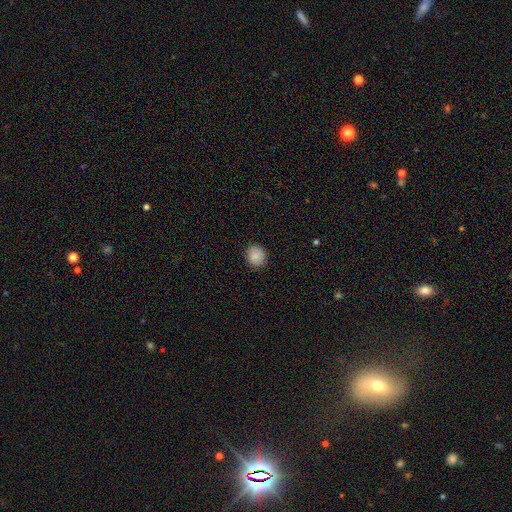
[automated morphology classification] smooth 84%, star or artifact 8%, featured or disk 8%. Down the decision tree: how rounded — round (78%); merging — none (86%).